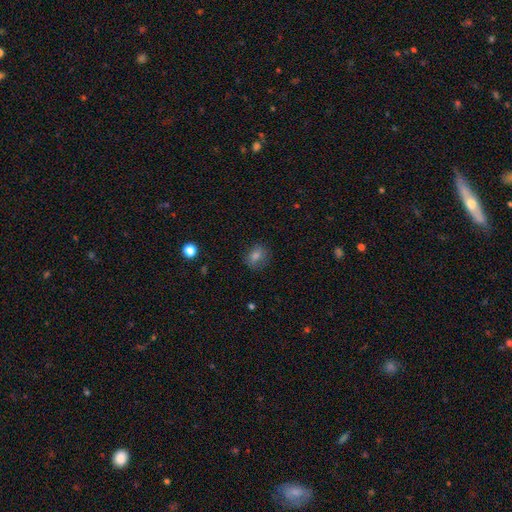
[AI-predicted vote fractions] Smooth or featured?
  - smooth: 76% *
  - star or artifact: 15%
  - featured or disk: 9%
How rounded?
  - round: 53% *
  - in between: 46%
  - cigar-shaped: 1%
Merging?
  - none: 79% *
  - minor disturbance: 15%
  - major disturbance: 4%
  - merger: 1%